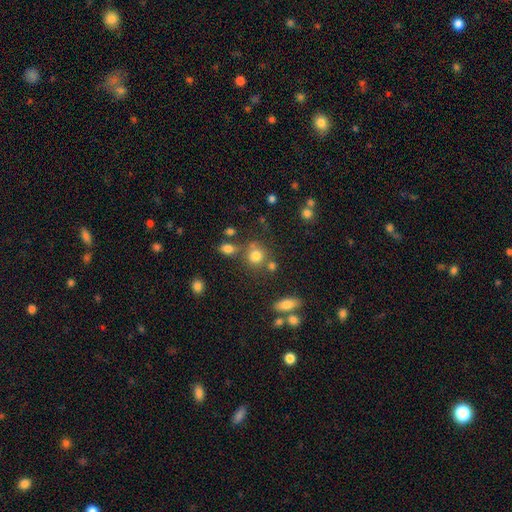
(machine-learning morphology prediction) This is likely a smooth galaxy (78%). How rounded: clearly round (82%). Merging: likely none (64%).